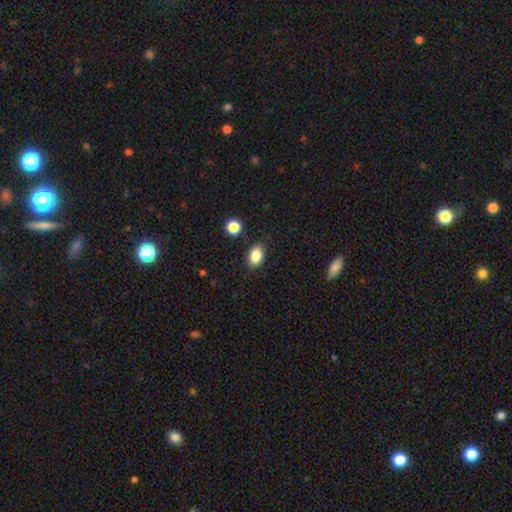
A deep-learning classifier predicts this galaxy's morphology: Q: Smooth or featured?
A: smooth (85%); runner-up: star or artifact (9%)
Q: How rounded?
A: in between (82%); runner-up: round (16%)
Q: Merging?
A: none (85%); runner-up: minor disturbance (10%)